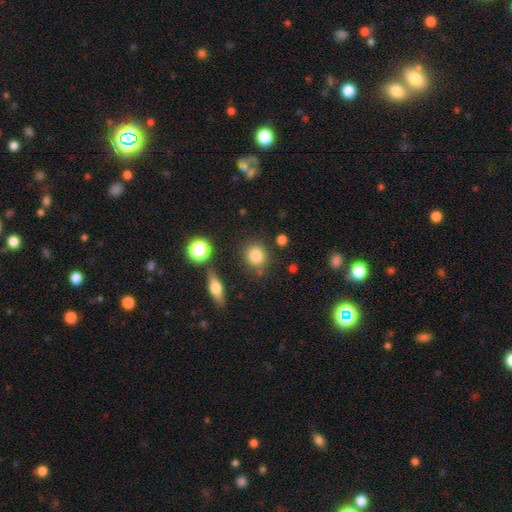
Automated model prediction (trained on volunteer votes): Smooth or featured? smooth (82%)
How rounded? round (82%)
Merging? none (81%)